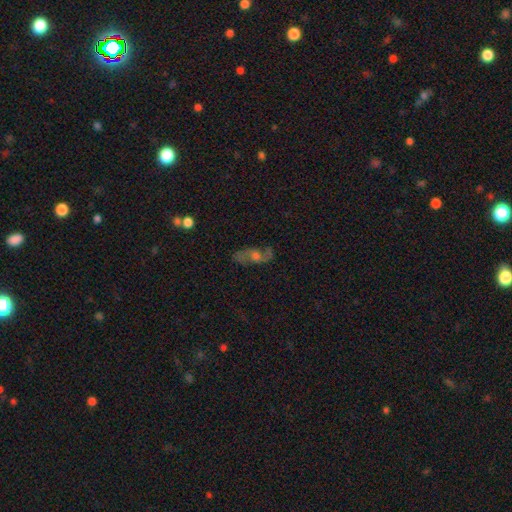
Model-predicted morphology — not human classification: Smooth or featured? Predicted: featured or disk (p=0.66). Edge-on disk? Predicted: no (p=0.87). Bar? Predicted: no (p=0.67). Spiral arms? Predicted: yes (p=0.84). Bulge size? Predicted: moderate (p=0.59). Merging? Predicted: none (p=0.74).